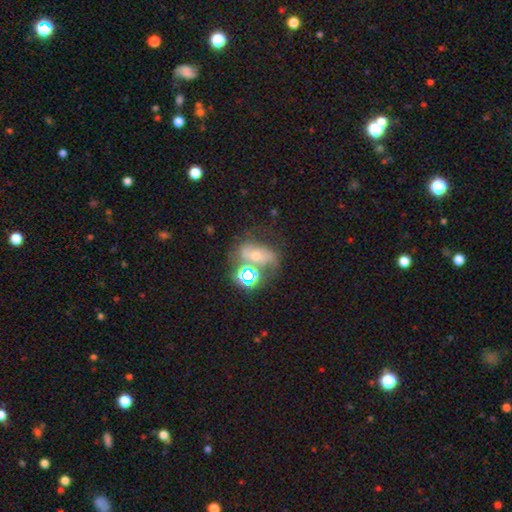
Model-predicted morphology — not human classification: Smooth or featured? featured or disk (48%)
Merging? none (38%)